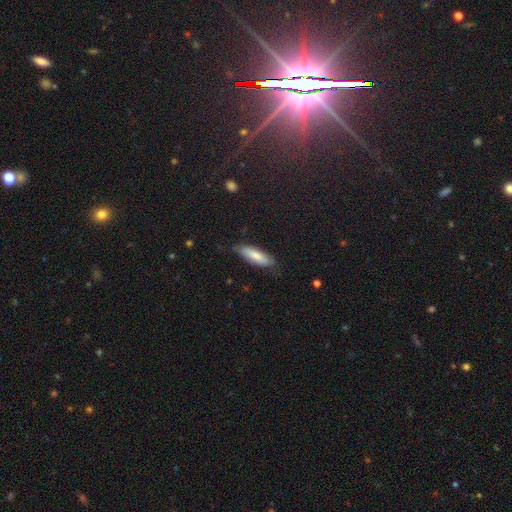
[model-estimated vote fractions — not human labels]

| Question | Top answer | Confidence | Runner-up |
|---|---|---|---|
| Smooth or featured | smooth | 77% | featured or disk (17%) |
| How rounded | cigar-shaped | 53% | in between (45%) |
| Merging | none | 76% | minor disturbance (20%) |